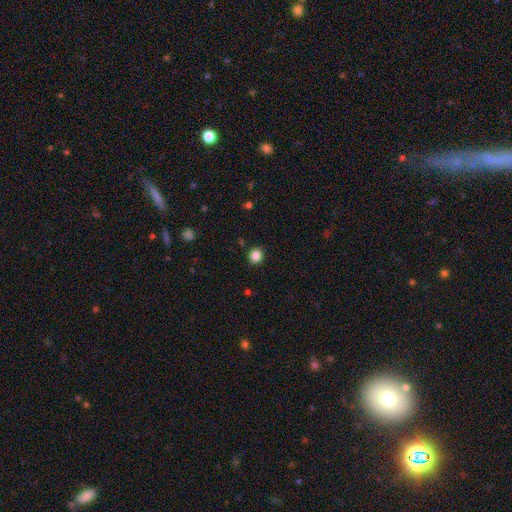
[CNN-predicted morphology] Smooth or featured: smooth — 85% (star or artifact — 11%)
How rounded: round — 89% (in between — 10%)
Merging: none — 91% (minor disturbance — 6%)